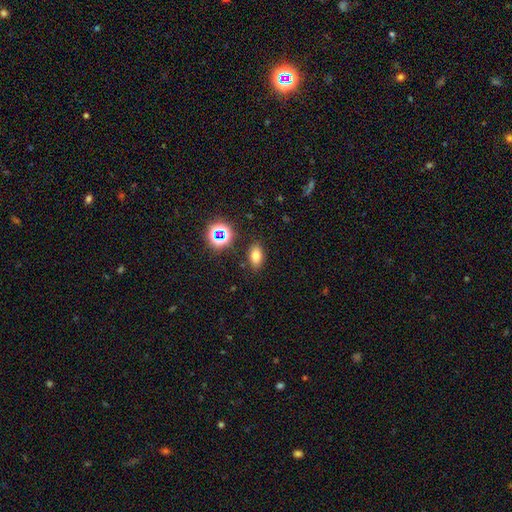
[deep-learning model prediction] Q: Smooth or featured?
A: smooth (73%); runner-up: star or artifact (17%)
Q: How rounded?
A: in between (85%); runner-up: round (11%)
Q: Merging?
A: none (85%); runner-up: minor disturbance (10%)